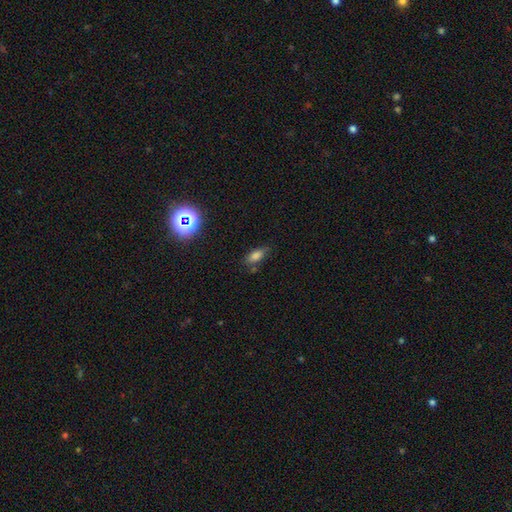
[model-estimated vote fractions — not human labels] Smooth or featured? smooth (76%)
How rounded? in between (81%)
Merging? none (70%)